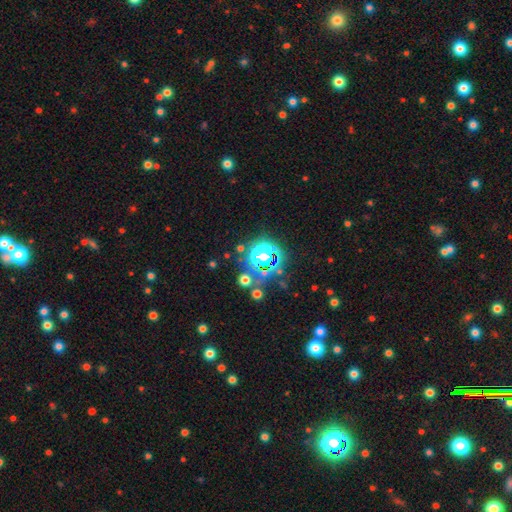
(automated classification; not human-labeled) This is possibly a star or artifact rather than a galaxy (48%).